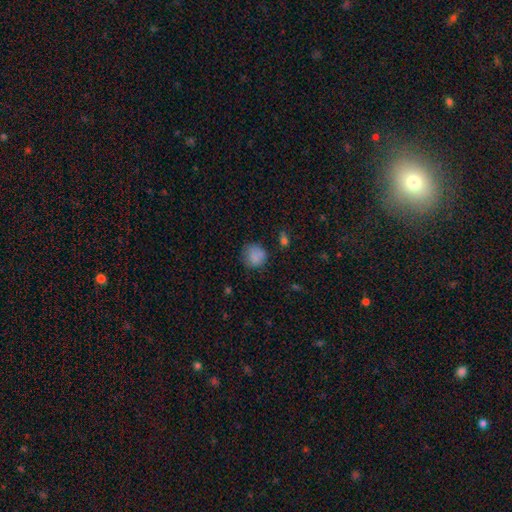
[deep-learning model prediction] This is clearly a smooth galaxy (82%). How rounded: clearly round (85%). Merging: likely none (67%).